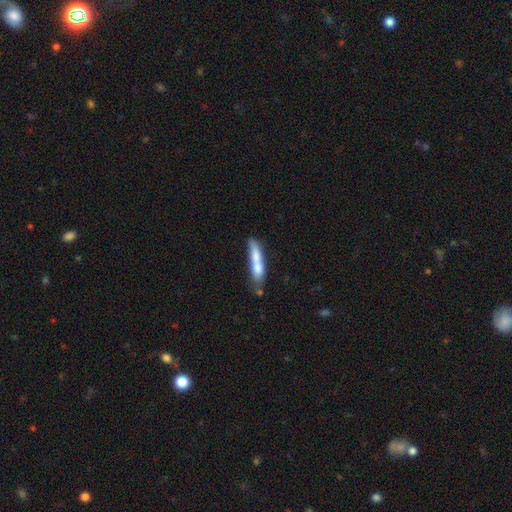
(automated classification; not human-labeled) Smooth or featured?
  - smooth: 65% *
  - featured or disk: 28%
  - star or artifact: 7%
How rounded?
  - cigar-shaped: 81% *
  - in between: 16%
  - round: 2%
Merging?
  - merger: 37% * (tied)
  - none: 37% * (tied)
  - minor disturbance: 17%
  - major disturbance: 9%